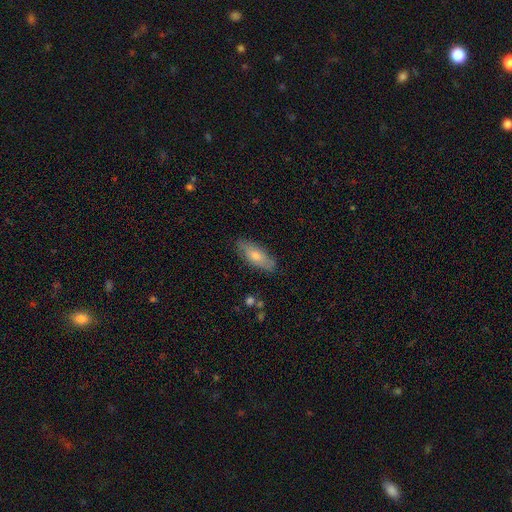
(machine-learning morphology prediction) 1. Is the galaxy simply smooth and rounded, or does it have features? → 56% smooth, 37% featured or disk, 7% star or artifact.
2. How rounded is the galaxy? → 71% in between, 26% cigar-shaped, 3% round.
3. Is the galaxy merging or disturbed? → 83% none, 14% minor disturbance, 2% major disturbance, 1% merger.